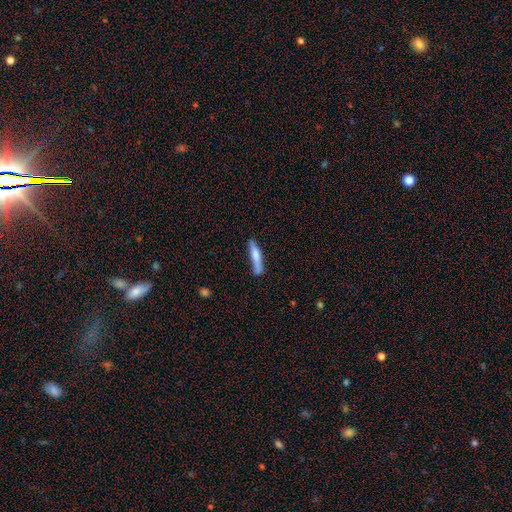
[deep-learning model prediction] The model was most divided on "smooth or featured": smooth: 64%, featured or disk: 30%, star or artifact: 6%. More confident: how rounded — cigar-shaped (86%); merging — none (60%).